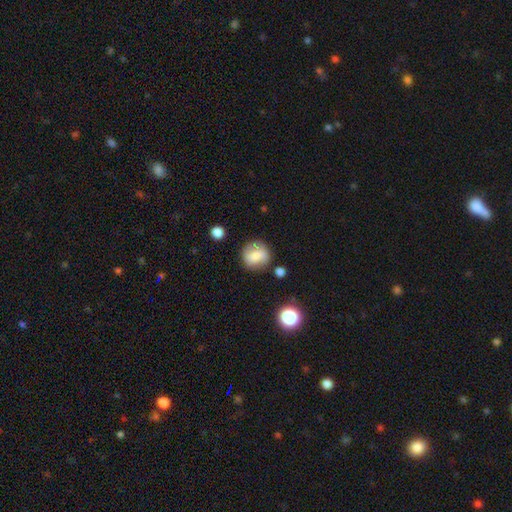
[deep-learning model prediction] smooth_or_featured: smooth (p=0.60) [alt: featured or disk p=0.31]
how_rounded: round (p=0.83) [alt: in between p=0.16]
merging: none (p=0.71) [alt: minor disturbance p=0.18]